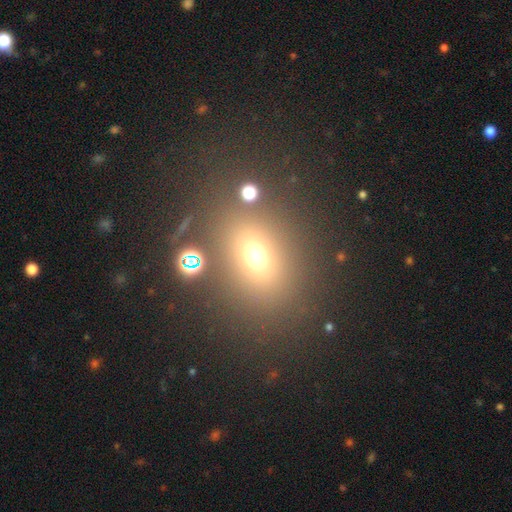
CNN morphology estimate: A smooth galaxy with no disk features (64%) that is in between round and cigar-shaped (54%).

Vote fractions:
- Smooth or featured? smooth: 64% / star or artifact: 24% / featured or disk: 12%
- How rounded? in between: 54% / round: 44% / cigar-shaped: 2%
- Merging? none: 78% / minor disturbance: 10% / merger: 7% / major disturbance: 6%